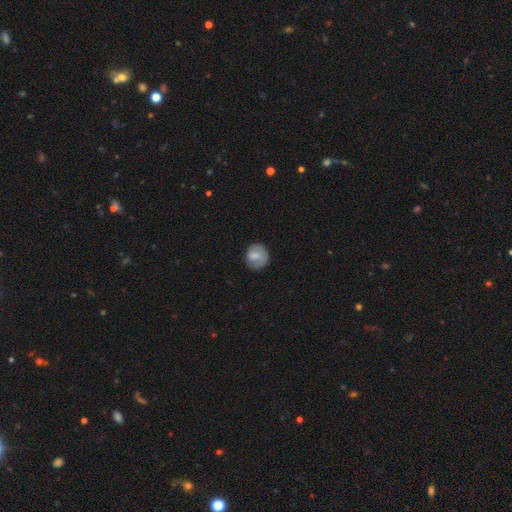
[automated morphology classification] Overall: smooth (71%). How rounded: round (80%). Merging: none (71%).